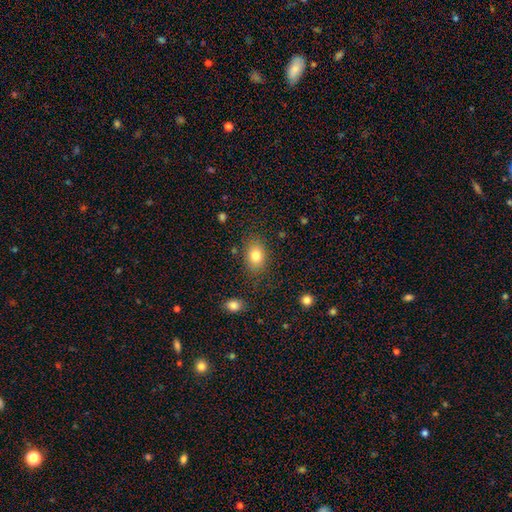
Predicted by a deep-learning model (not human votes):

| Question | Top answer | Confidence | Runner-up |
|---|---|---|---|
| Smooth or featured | smooth | 81% | star or artifact (10%) |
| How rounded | in between | 74% | round (25%) |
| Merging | none | 81% | minor disturbance (13%) |